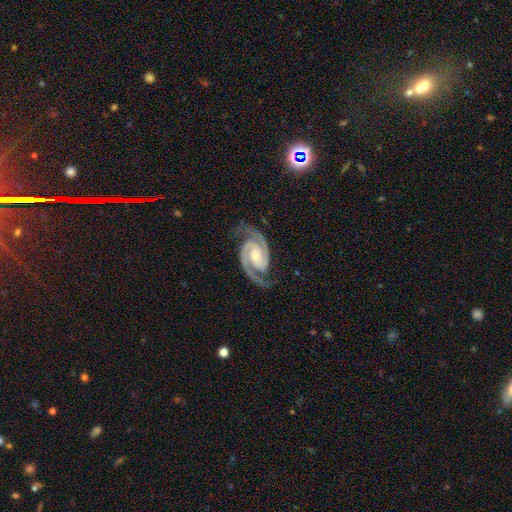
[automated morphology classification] This is clearly a featured or disk galaxy (94%). It is clearly not viewed edge-on (98%). Bar: possibly no (52%). Spiral arm pattern: clearly yes (99%). Spiral arm count: clearly 2 (94%). Spiral winding: possibly tight (51%). Central bulge: possibly small (52%). Merging: clearly none (82%).